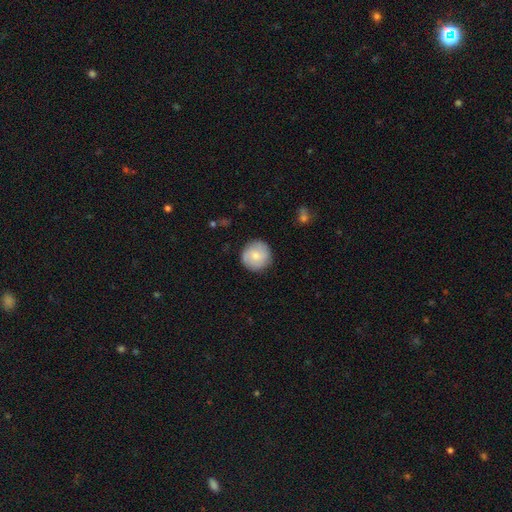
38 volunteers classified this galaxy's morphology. smooth_or_featured: smooth (p=0.71) [alt: featured or disk p=0.21]
how_rounded: round (p=1.00)
merging: none (p=0.83) [alt: minor disturbance p=0.09]